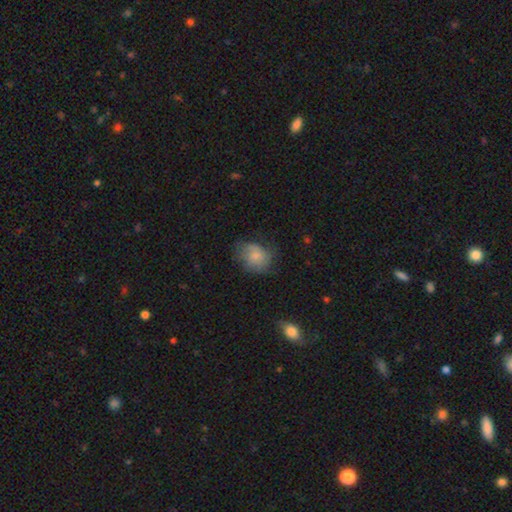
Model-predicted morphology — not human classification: A smooth galaxy with no disk features (65%) that is round (52%).

Vote fractions:
- Smooth or featured? smooth: 65% / featured or disk: 26% / star or artifact: 9%
- How rounded? round: 52% / in between: 47% / cigar-shaped: 1%
- Merging? none: 55% / minor disturbance: 30% / major disturbance: 14% / merger: 1%